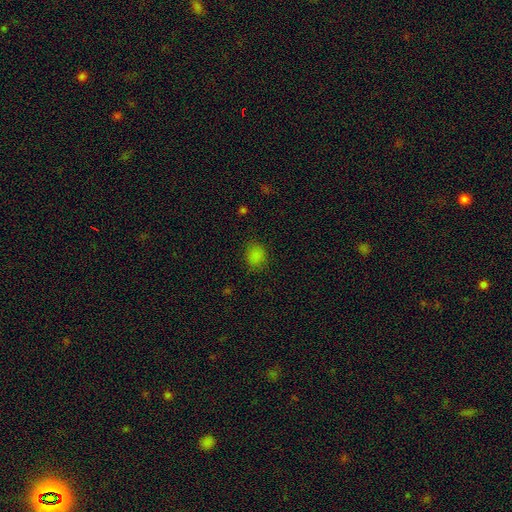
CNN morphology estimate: Overall: smooth (81%). How rounded: round (58%; in between 41%). Merging: none (81%).